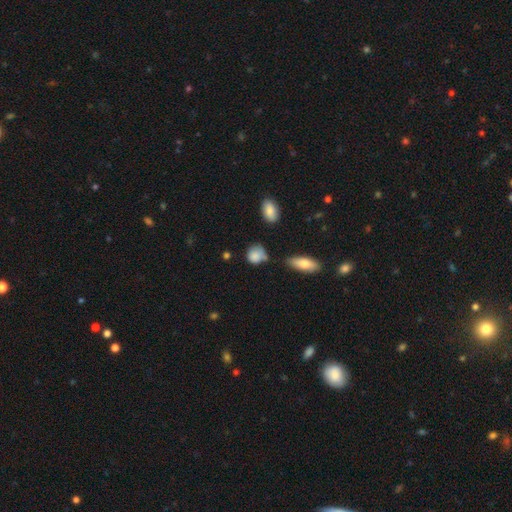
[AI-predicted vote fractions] smooth-or-featured: smooth: 84% | star or artifact: 8% | featured or disk: 8%
  how-rounded: round: 69% | in between: 29% | cigar-shaped: 2%
  merging: none: 50% | minor disturbance: 32% | major disturbance: 10% | merger: 9%